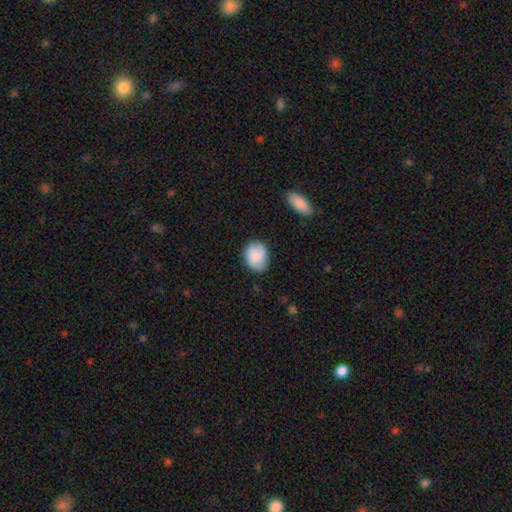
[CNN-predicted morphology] Q: Smooth or featured?
A: smooth (81%); runner-up: featured or disk (12%)
Q: How rounded?
A: round (56%); runner-up: in between (43%)
Q: Merging?
A: none (73%); runner-up: minor disturbance (20%)